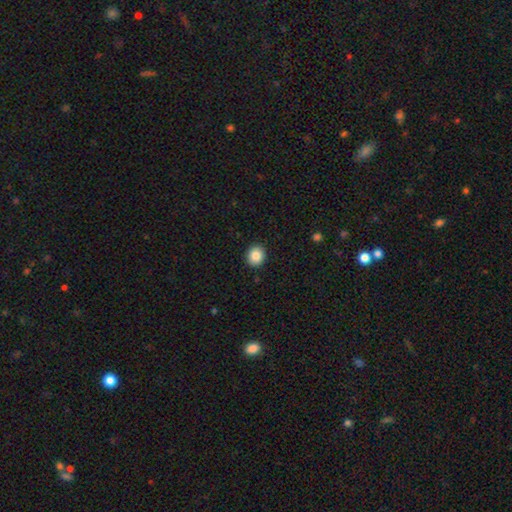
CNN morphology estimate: Q: Smooth or featured?
A: smooth (86%); runner-up: star or artifact (9%)
Q: How rounded?
A: round (78%); runner-up: in between (22%)
Q: Merging?
A: none (91%); runner-up: minor disturbance (6%)